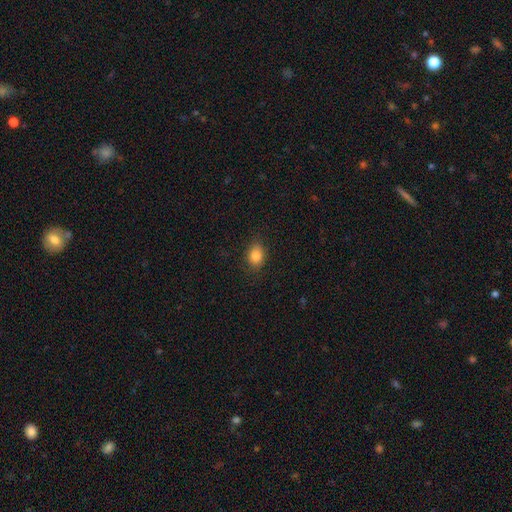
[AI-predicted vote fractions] smooth_or_featured: smooth (p=0.84) [alt: star or artifact p=0.10]
how_rounded: in between (p=0.65) [alt: round p=0.34]
merging: none (p=0.85) [alt: minor disturbance p=0.11]